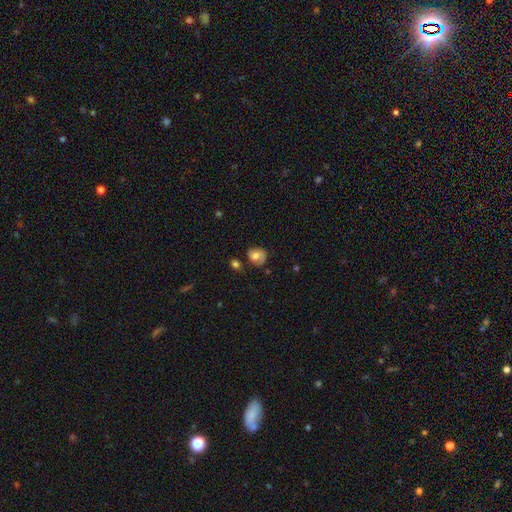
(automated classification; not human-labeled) Smooth or featured? Predicted: smooth (p=0.61). How rounded? Predicted: round (p=0.63). Merging? Predicted: none (p=0.57).